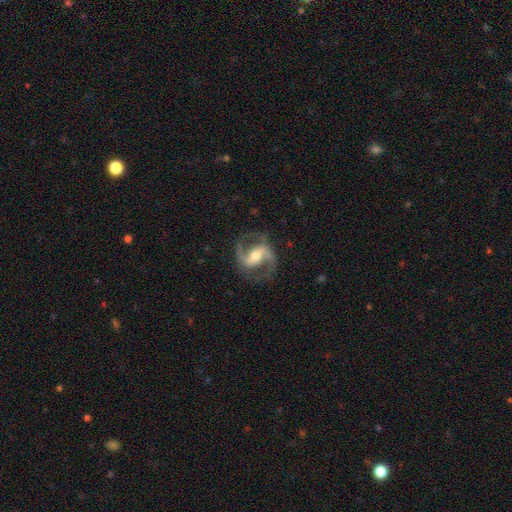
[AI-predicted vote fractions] This is clearly a featured or disk galaxy (90%). It is clearly not viewed edge-on (97%). Bar: marginally strong (41%). Spiral arm pattern: clearly yes (97%). Spiral arm count: clearly 2 (94%). Spiral winding: possibly medium (58%). Central bulge: likely moderate (64%). Merging: clearly none (81%).